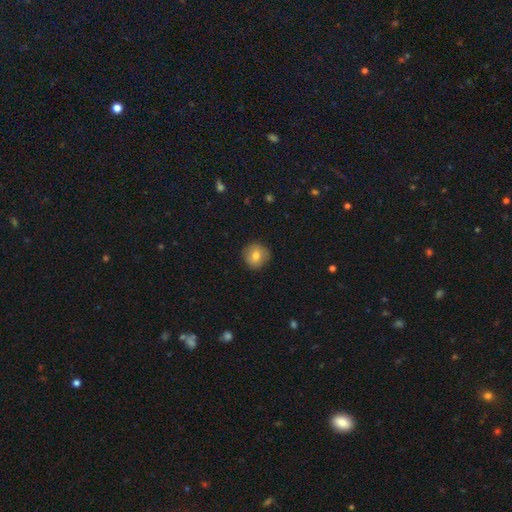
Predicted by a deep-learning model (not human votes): Morphology: type=smooth (76%); roundness=round (91%); merging=none (87%).